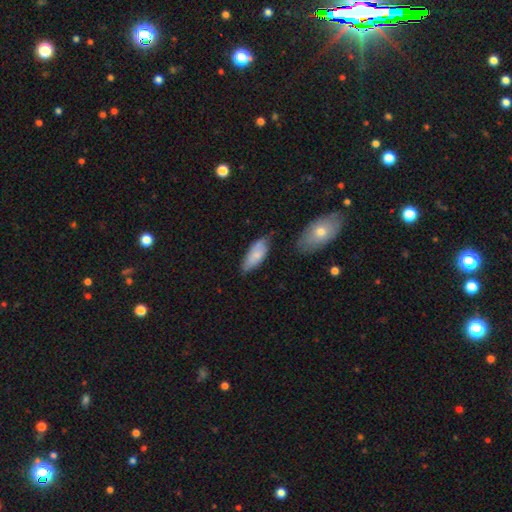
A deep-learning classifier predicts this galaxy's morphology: Smooth or featured?
  - smooth: 76% *
  - featured or disk: 18%
  - star or artifact: 6%
How rounded?
  - in between: 82% *
  - cigar-shaped: 16%
  - round: 2%
Merging?
  - none: 56% *
  - minor disturbance: 31%
  - major disturbance: 7%
  - merger: 6%